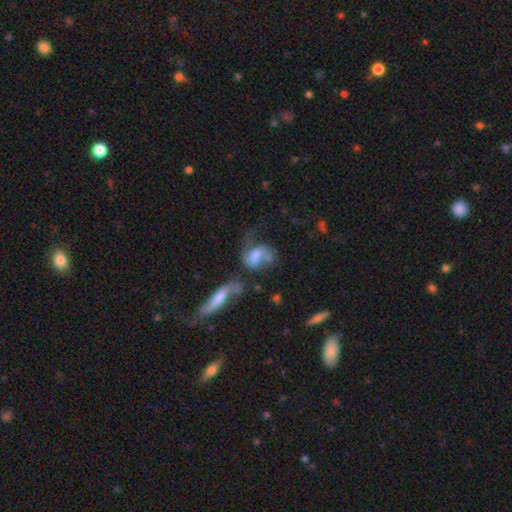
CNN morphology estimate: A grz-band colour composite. It shows a featured or disk galaxy (50%). Merging: merger (32%).